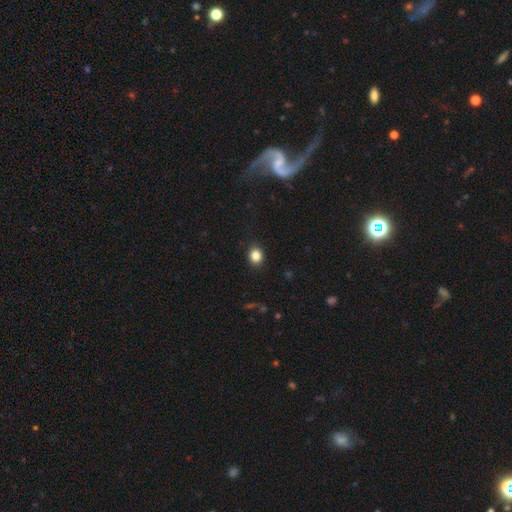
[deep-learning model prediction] smooth_or_featured: smooth (p=0.84) [alt: star or artifact p=0.11]
how_rounded: round (p=0.68) [alt: in between p=0.31]
merging: none (p=0.89) [alt: minor disturbance p=0.08]